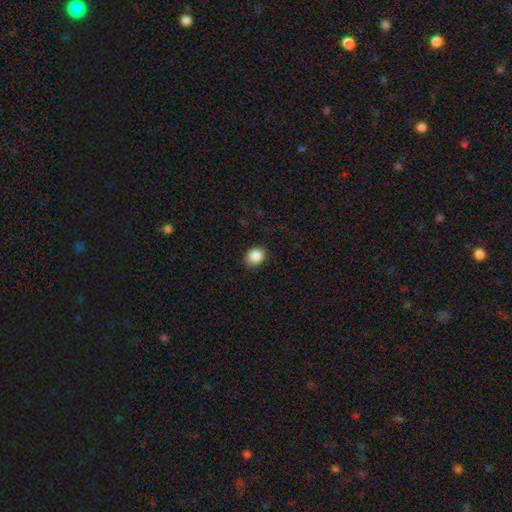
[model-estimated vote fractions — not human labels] Overall: smooth (87%). How rounded: round (59%; in between 40%). Merging: none (86%).